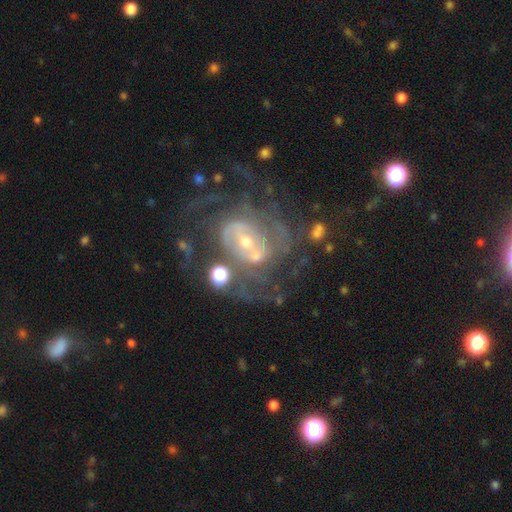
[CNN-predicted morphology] A featured or disk galaxy (77%) with no bar (45%), tight (43%) spiral arms (73%) and a small central bulge (56%). Merging: none (44%).